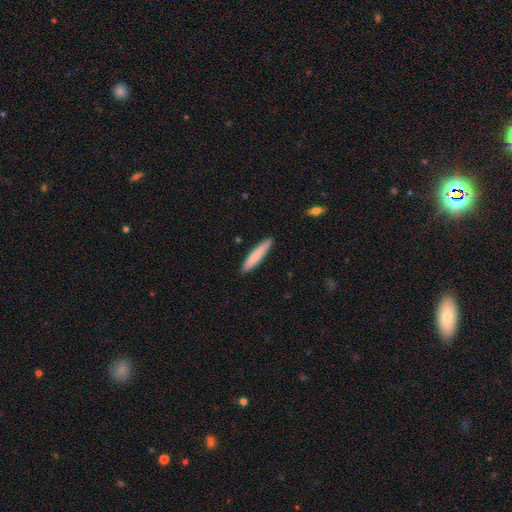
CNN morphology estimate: Smooth or featured? Predicted: smooth (p=0.81). How rounded? Predicted: cigar-shaped (p=0.90). Merging? Predicted: none (p=0.90).